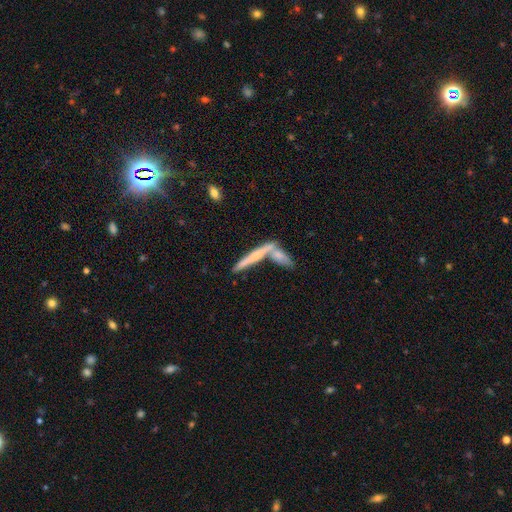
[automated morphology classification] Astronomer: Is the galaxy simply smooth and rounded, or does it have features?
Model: featured or disk — 47% (runner-up: smooth, 45%).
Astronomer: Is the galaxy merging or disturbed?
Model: none — 52% (runner-up: merger, 35%).